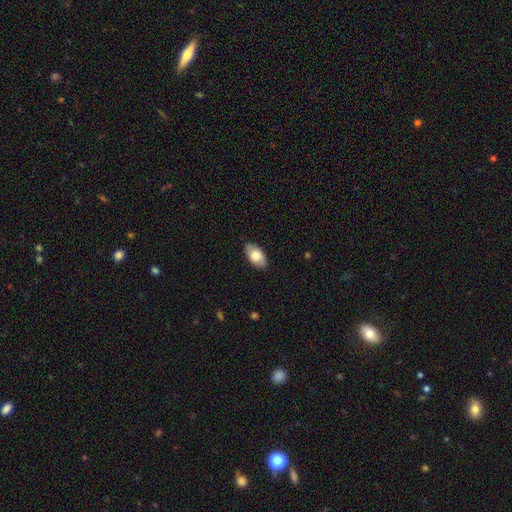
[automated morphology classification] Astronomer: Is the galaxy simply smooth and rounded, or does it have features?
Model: smooth — 76%.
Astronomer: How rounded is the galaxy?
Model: in between — 94%.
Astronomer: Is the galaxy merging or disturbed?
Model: none — 86%.